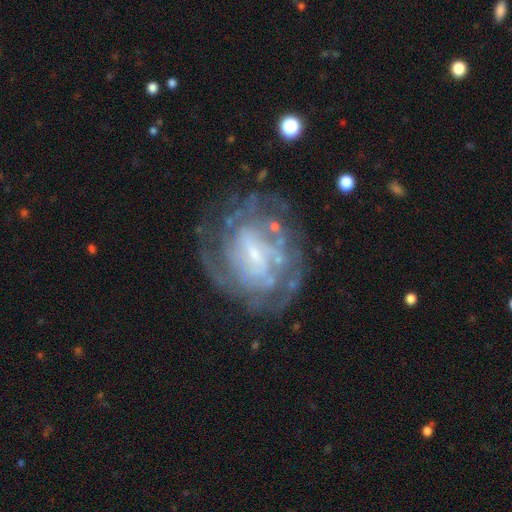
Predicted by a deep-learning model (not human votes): Q: Smooth or featured?
A: featured or disk (82%); runner-up: smooth (11%)
Q: Edge-on disk?
A: no (97%); runner-up: yes (3%)
Q: Bar?
A: weak (48%); runner-up: no (33%)
Q: Spiral arms?
A: yes (83%); runner-up: no (17%)
Q: Spiral winding?
A: tight (58%); runner-up: medium (31%)
Q: Spiral arm count?
A: can't tell (50%); runner-up: 2 (18%)
Q: Bulge size?
A: small (66%); runner-up: moderate (16%)
Q: Merging?
A: none (67%); runner-up: minor disturbance (18%)